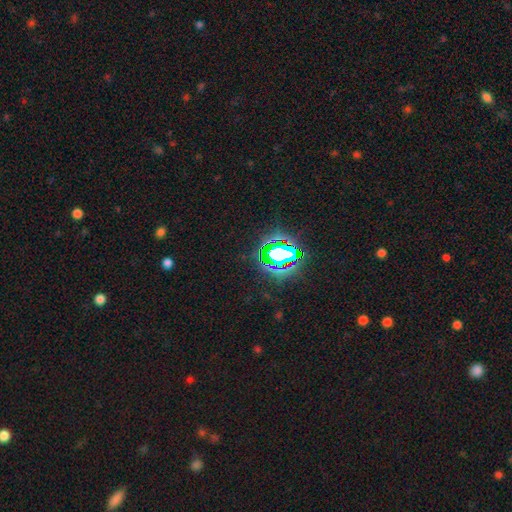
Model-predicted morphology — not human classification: smooth-or-featured: star or artifact: 79% | smooth: 13% | featured or disk: 8%